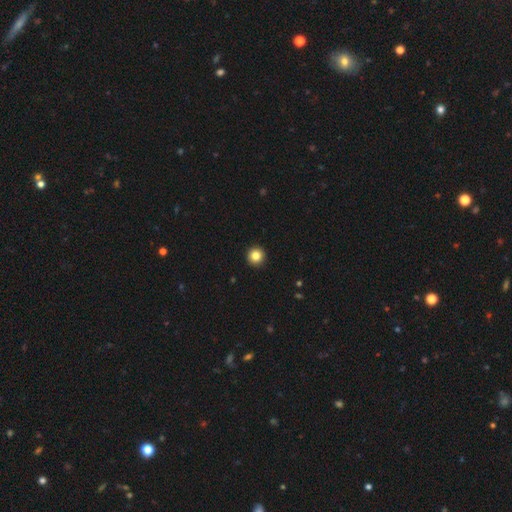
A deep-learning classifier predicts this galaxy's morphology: The model was most divided on "smooth or featured": smooth: 84%, star or artifact: 10%, featured or disk: 5%. More confident: how rounded — round (96%); merging — none (94%).